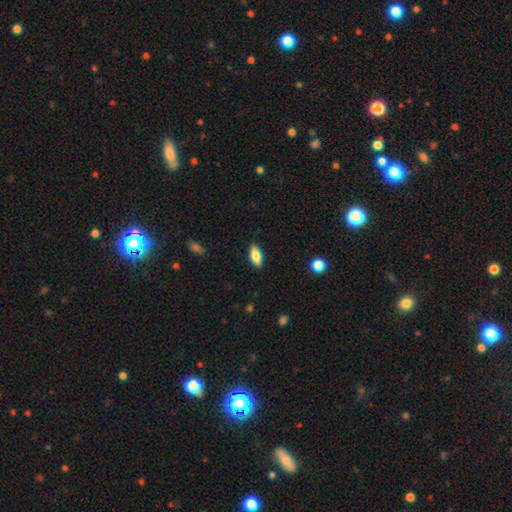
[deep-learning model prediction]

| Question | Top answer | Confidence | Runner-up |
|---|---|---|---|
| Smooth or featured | smooth | 72% | featured or disk (21%) |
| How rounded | in between | 80% | cigar-shaped (17%) |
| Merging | none | 87% | minor disturbance (9%) |